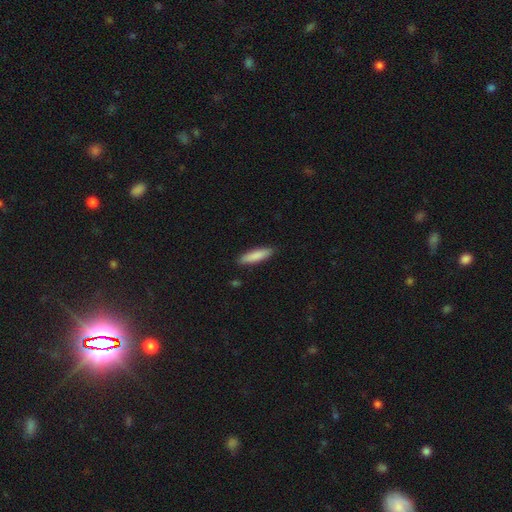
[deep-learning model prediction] This is clearly a smooth galaxy (87%). How rounded: likely cigar-shaped (67%). Merging: clearly none (88%).